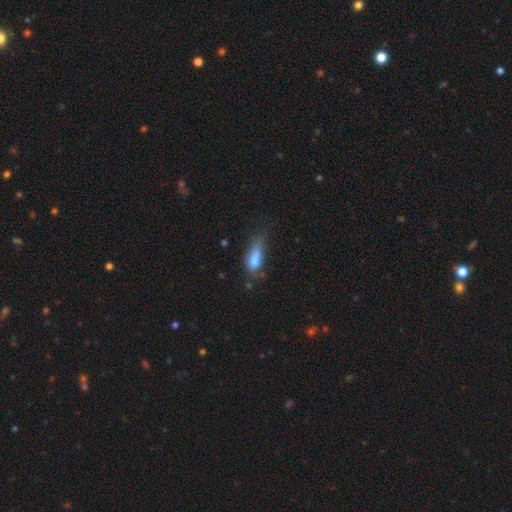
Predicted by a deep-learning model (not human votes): A smooth galaxy with no disk features (69%) that is in between round and cigar-shaped (56%). Merging: none (37%).